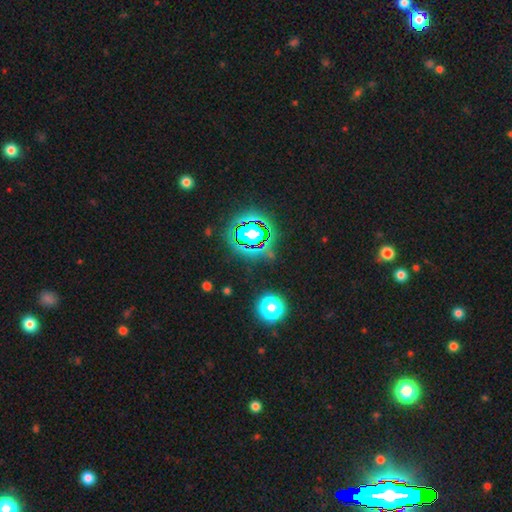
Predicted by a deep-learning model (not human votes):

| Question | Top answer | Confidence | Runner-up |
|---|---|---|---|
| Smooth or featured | star or artifact | 81% | smooth (12%) |